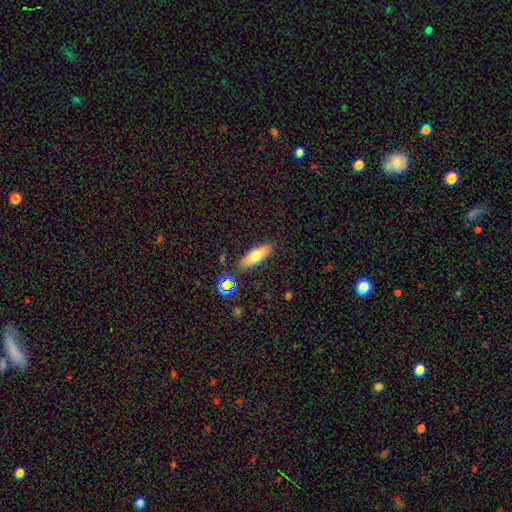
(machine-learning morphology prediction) type=smooth (68%); roundness=in between (58%); merging=none (86%).